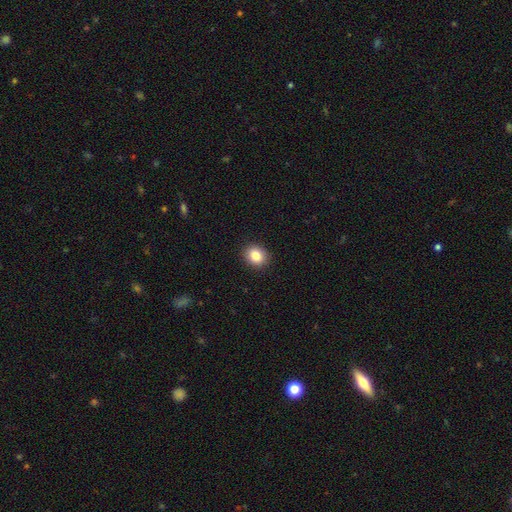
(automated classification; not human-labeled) This is clearly a smooth galaxy (84%). How rounded: likely round (63%). Merging: clearly none (91%).